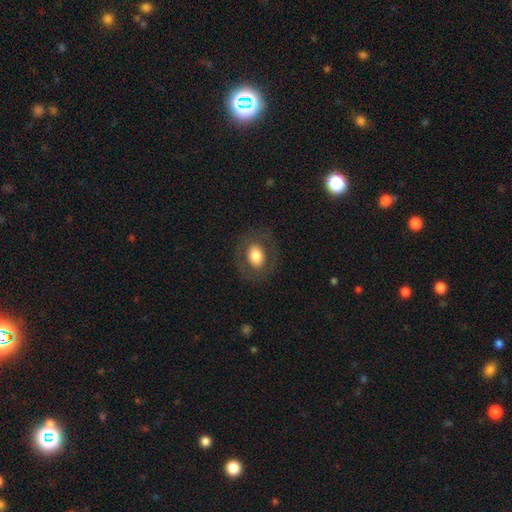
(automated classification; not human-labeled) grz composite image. It shows a smooth galaxy with no disk features (67%) that is in between round and cigar-shaped (57%). Merging: none (82%).